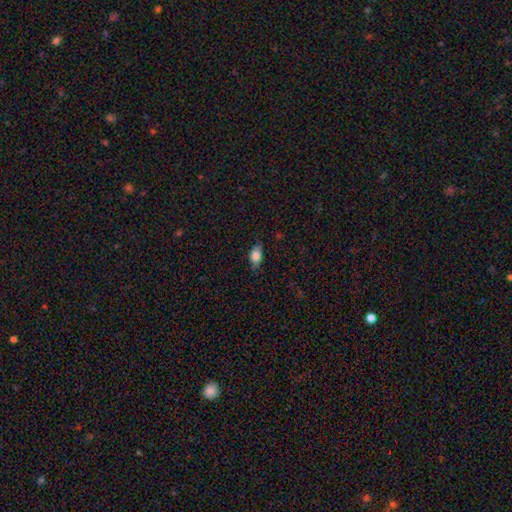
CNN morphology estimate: A smooth galaxy with no disk features (80%) that is in between round and cigar-shaped (86%). Merging: none (78%).